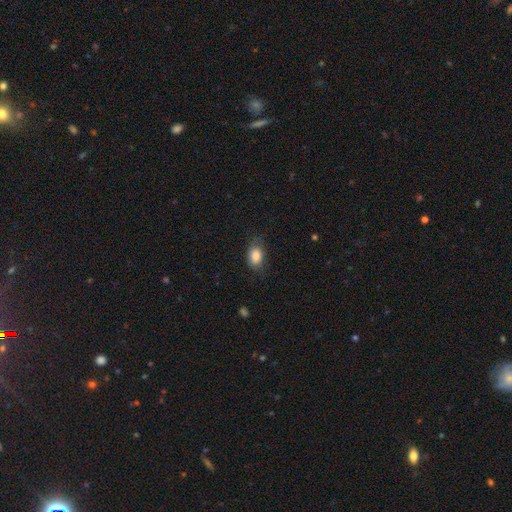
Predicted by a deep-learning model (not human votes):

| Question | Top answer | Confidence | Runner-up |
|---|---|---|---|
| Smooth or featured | smooth | 85% | star or artifact (8%) |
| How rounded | in between | 82% | round (17%) |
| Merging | none | 72% | minor disturbance (21%) |